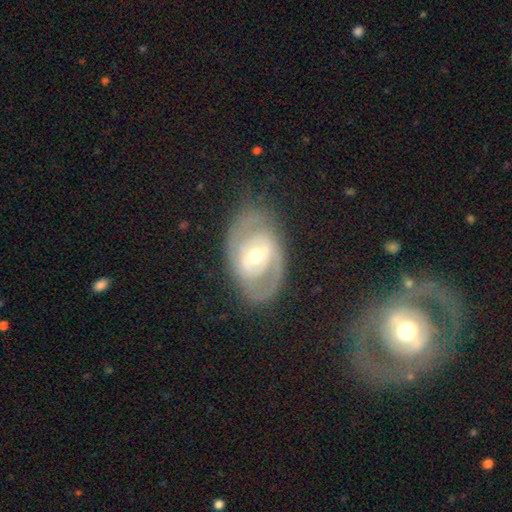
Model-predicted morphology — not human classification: Smooth or featured? featured or disk (77%)
Edge-on disk? no (94%)
Bar? weak (42%)
Spiral arms? yes (66%)
Bulge size? moderate (56%)
Merging? none (74%)